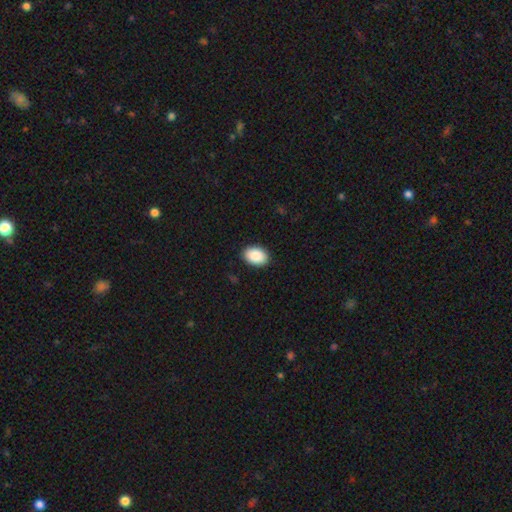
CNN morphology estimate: type=smooth (89%); roundness=in between (85%); merging=none (90%).